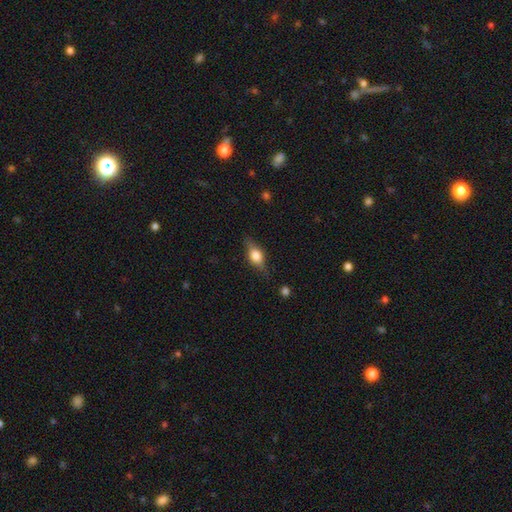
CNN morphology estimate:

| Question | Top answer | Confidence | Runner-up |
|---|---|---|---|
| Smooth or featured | smooth | 54% | featured or disk (38%) |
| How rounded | in between | 70% | cigar-shaped (18%) |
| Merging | none | 77% | minor disturbance (17%) |